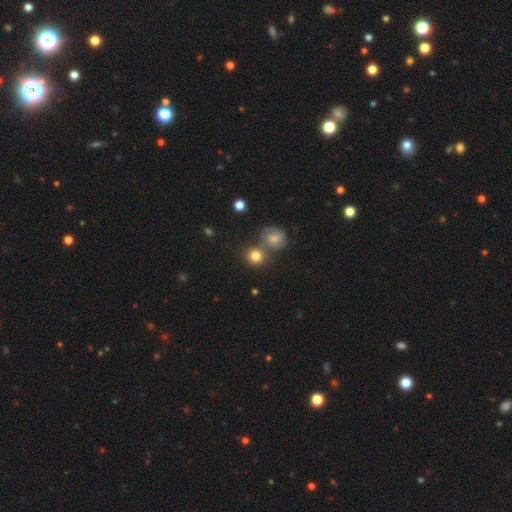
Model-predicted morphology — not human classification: Overall: smooth (82%). How rounded: round (87%). Merging: none (56%; merger 32%).